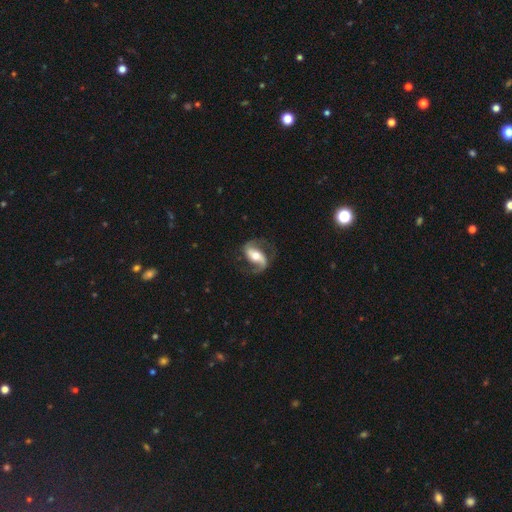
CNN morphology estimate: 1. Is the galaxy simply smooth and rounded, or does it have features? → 84% featured or disk, 11% smooth, 5% star or artifact.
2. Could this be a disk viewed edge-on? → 95% no, 5% yes.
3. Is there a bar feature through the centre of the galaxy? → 46% strong, 30% weak, 25% no.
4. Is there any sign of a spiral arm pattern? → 94% yes, 6% no.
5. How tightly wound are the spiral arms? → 47% loose, 41% medium, 12% tight.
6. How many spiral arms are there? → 90% 2, 4% 1, 3% can't tell, 1% 3, 1% 4, 1% more than 4.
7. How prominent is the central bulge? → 63% moderate, 20% small, 14% large, 2% dominant, 2% none.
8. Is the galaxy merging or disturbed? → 73% none, 15% minor disturbance, 10% major disturbance, 1% merger.